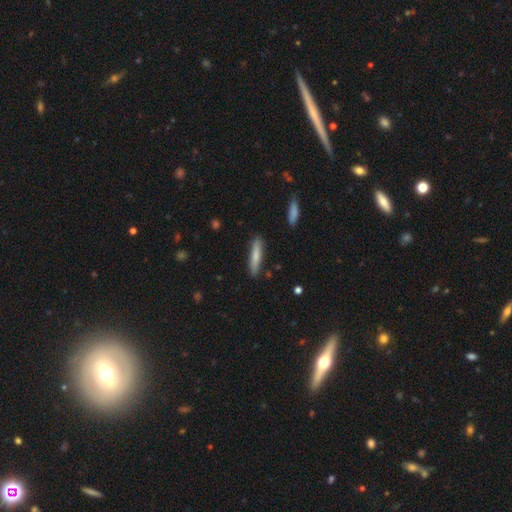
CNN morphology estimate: type=smooth (73%); roundness=cigar-shaped (88%); merging=none (87%).